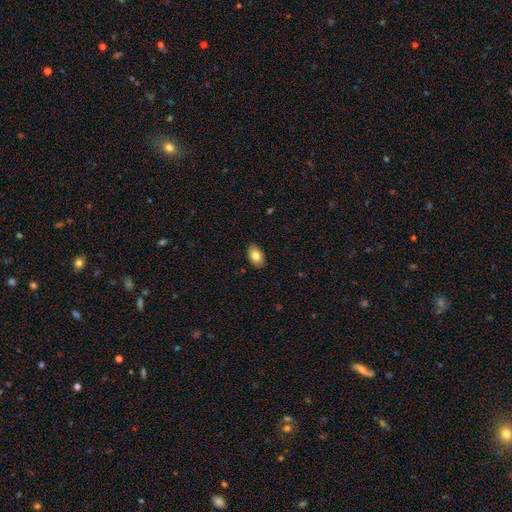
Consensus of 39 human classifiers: Smooth or featured: smooth — 79% (featured or disk — 10%)
How rounded: in between — 97% (round — 3%)
Merging: none — 74% (minor disturbance — 23%)